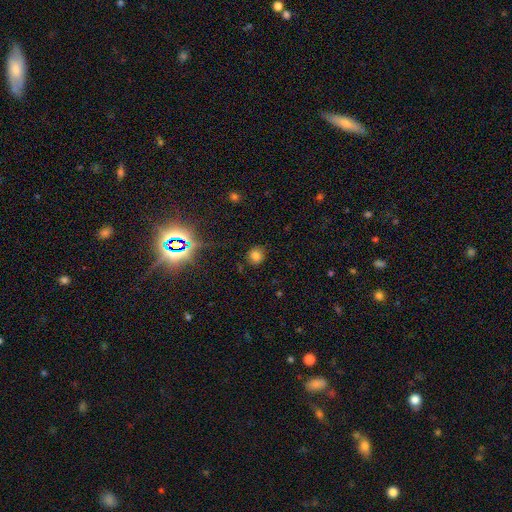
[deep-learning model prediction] This is likely a smooth galaxy (72%). How rounded: clearly round (80%). Merging: clearly none (82%).